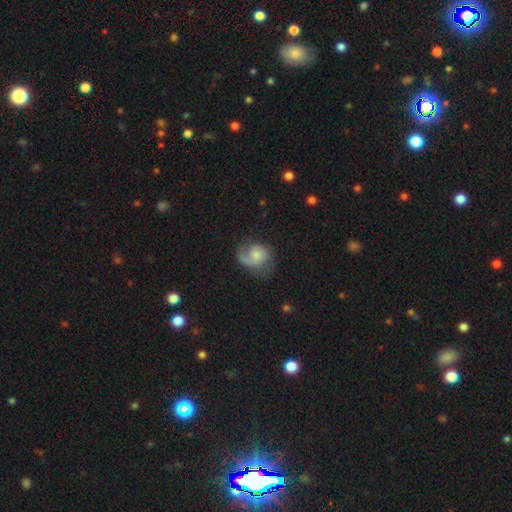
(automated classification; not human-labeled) The model was most divided on "bulge size": small: 45%, moderate: 37%, none: 10%, large: 7%, dominant: 2%. Remaining: edge-on disk — no (97%); spiral arms — yes (86%); bar — no (74%); smooth or featured — featured or disk (56%); merging — none (49%).